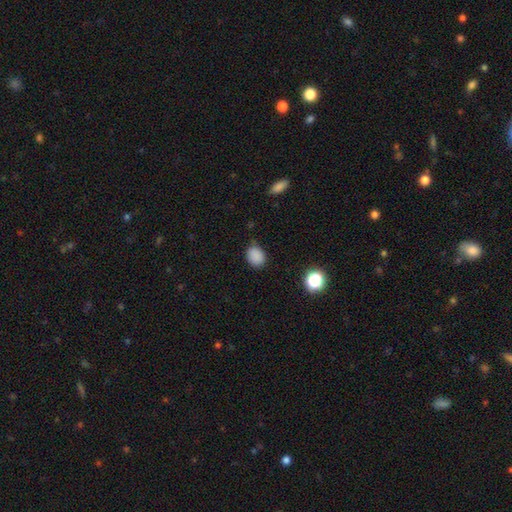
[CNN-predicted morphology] A smooth galaxy with no disk features (86%) that is in between round and cigar-shaped (51%).

Vote fractions:
- Smooth or featured? smooth: 86% / star or artifact: 11% / featured or disk: 4%
- How rounded? in between: 51% / round: 48% / cigar-shaped: 1%
- Merging? none: 75% / minor disturbance: 20% / major disturbance: 4% / merger: 2%